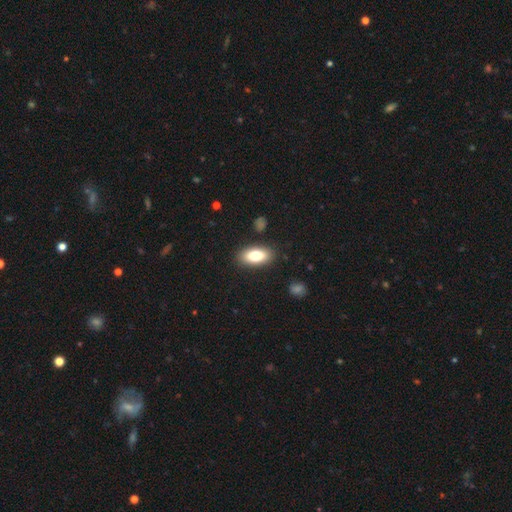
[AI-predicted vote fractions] smooth 79%, featured or disk 14%, star or artifact 7%. Down the decision tree: how rounded — in between (88%); merging — none (88%).